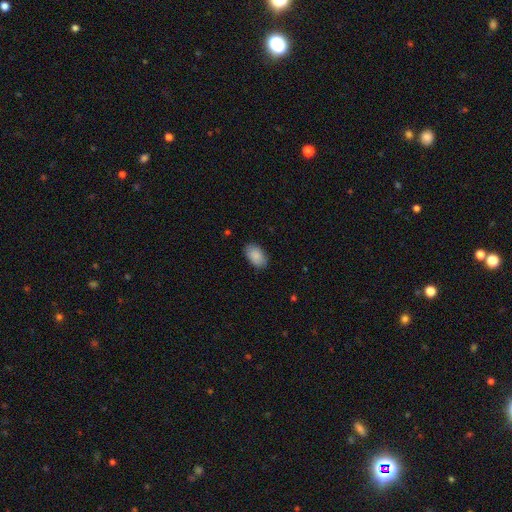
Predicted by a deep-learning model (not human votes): smooth_or_featured: smooth (p=0.89) [alt: star or artifact p=0.06]
how_rounded: in between (p=0.92) [alt: round p=0.06]
merging: none (p=0.85) [alt: minor disturbance p=0.12]